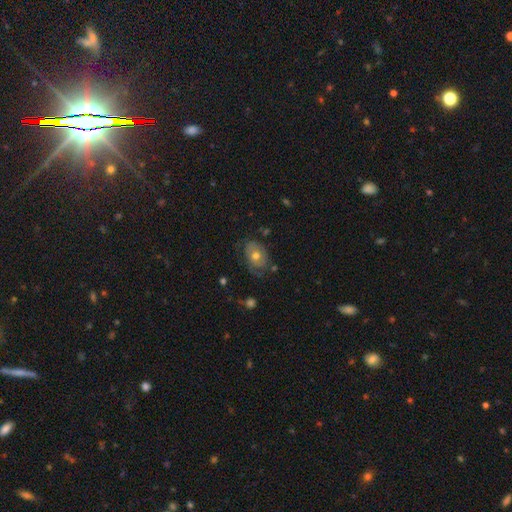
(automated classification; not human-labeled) smooth-or-featured: smooth: 49% | featured or disk: 42% | star or artifact: 8%
  merging: none: 59% | minor disturbance: 27% | major disturbance: 12% | merger: 2%